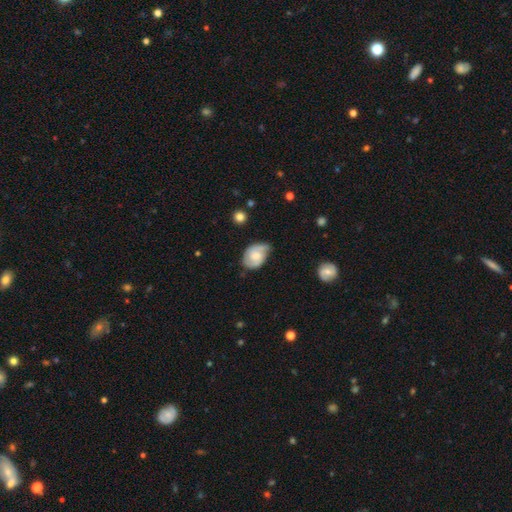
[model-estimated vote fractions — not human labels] This is possibly a featured or disk galaxy (59%). It is clearly not viewed edge-on (97%). Bar: possibly no (59%). Spiral arm pattern: clearly yes (90%). Spiral arm count: likely 2 (78%). Spiral winding: marginally medium (44%). Central bulge: possibly moderate (46%). Merging: possibly none (56%).